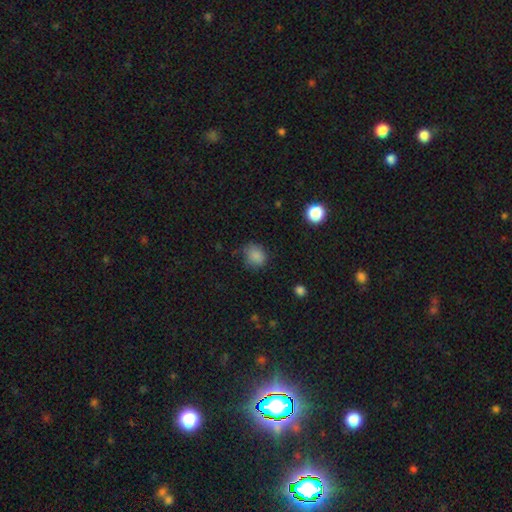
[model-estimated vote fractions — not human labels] This appears to be a smooth galaxy with no disk features (84%) that is round (67%). Merging: none (70%).